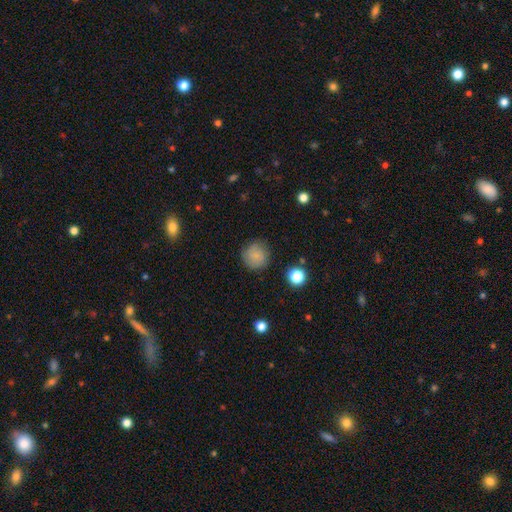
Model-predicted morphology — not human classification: This appears to be a smooth galaxy with no disk features (82%) that is round (92%). Merging: none (83%).